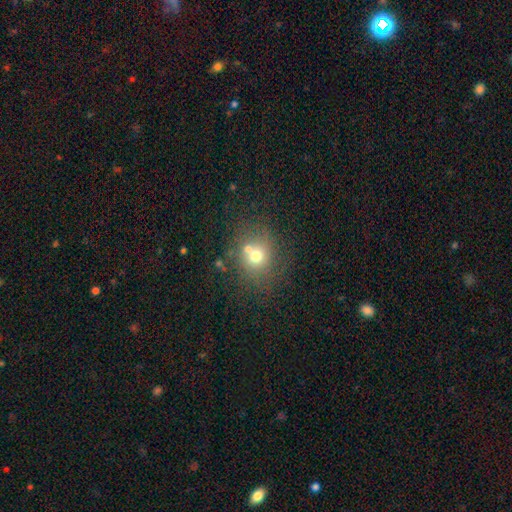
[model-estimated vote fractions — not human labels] Q: Smooth or featured?
A: smooth (66%); runner-up: featured or disk (18%)
Q: How rounded?
A: round (78%); runner-up: in between (21%)
Q: Merging?
A: none (54%); runner-up: merger (29%)